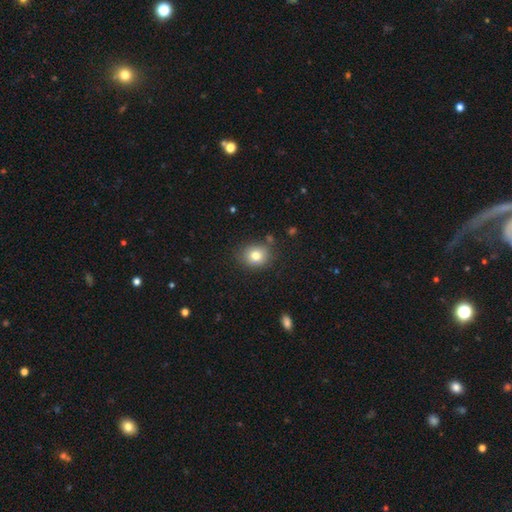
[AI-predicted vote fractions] Smooth or featured: smooth — 78% (star or artifact — 12%)
How rounded: round — 69% (in between — 30%)
Merging: none — 80% (minor disturbance — 13%)